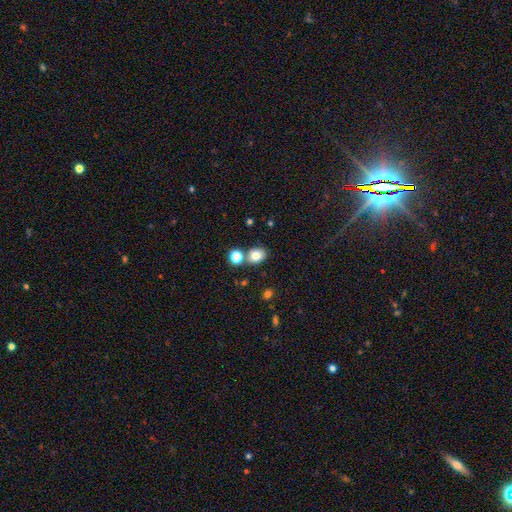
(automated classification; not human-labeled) smooth 79%, star or artifact 13%, featured or disk 8%. Down the decision tree: how rounded — round (56%); merging — none (66%).